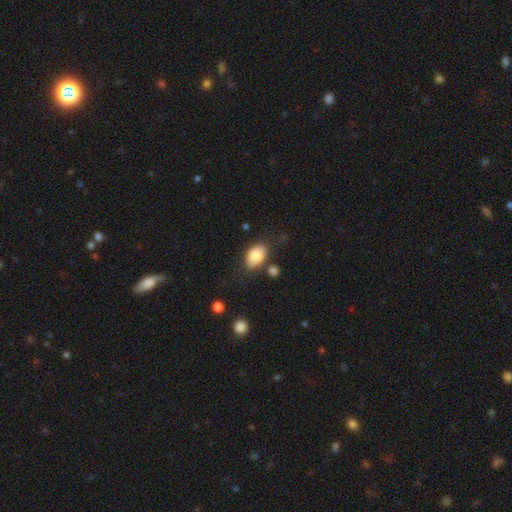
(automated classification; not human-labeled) Q: Smooth or featured?
A: smooth (85%); runner-up: featured or disk (9%)
Q: How rounded?
A: in between (88%); runner-up: round (10%)
Q: Merging?
A: none (76%); runner-up: minor disturbance (14%)